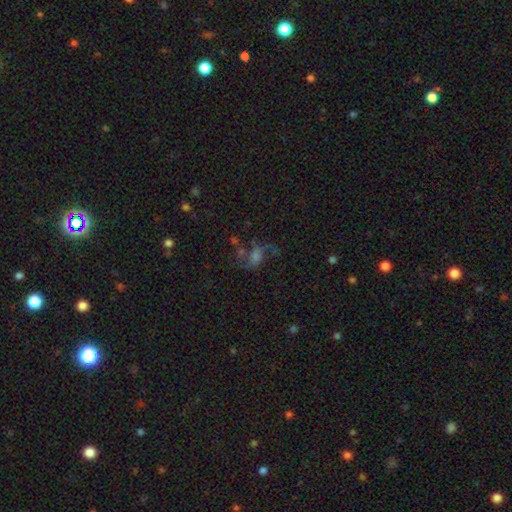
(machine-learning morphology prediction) smooth_or_featured: featured or disk (p=0.41) [alt: smooth p=0.32]
merging: none (p=0.45) [alt: major disturbance p=0.25]